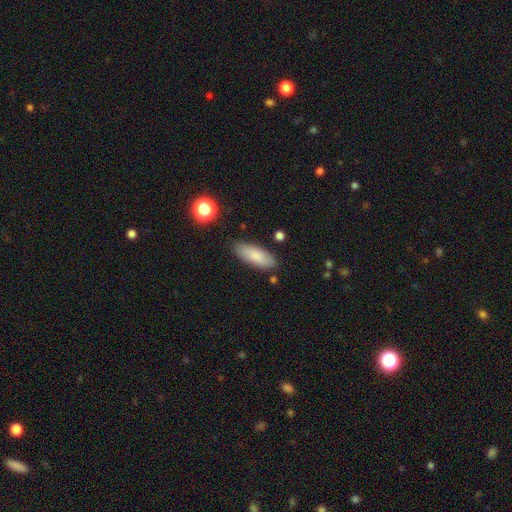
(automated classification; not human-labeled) smooth 81%, featured or disk 12%, star or artifact 7%. Down the decision tree: how rounded — in between (72%); merging — none (84%).